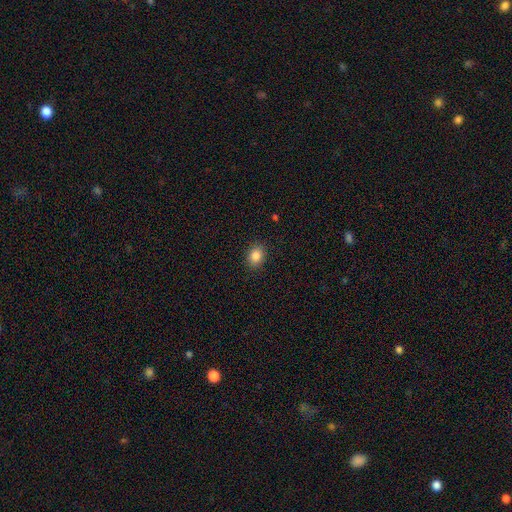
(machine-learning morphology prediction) A smooth galaxy with no disk features (85%) that is in between round and cigar-shaped (56%).

Vote fractions:
- Smooth or featured? smooth: 85% / star or artifact: 10% / featured or disk: 5%
- How rounded? in between: 56% / round: 43% / cigar-shaped: 1%
- Merging? none: 89% / minor disturbance: 8% / major disturbance: 2% / merger: 1%